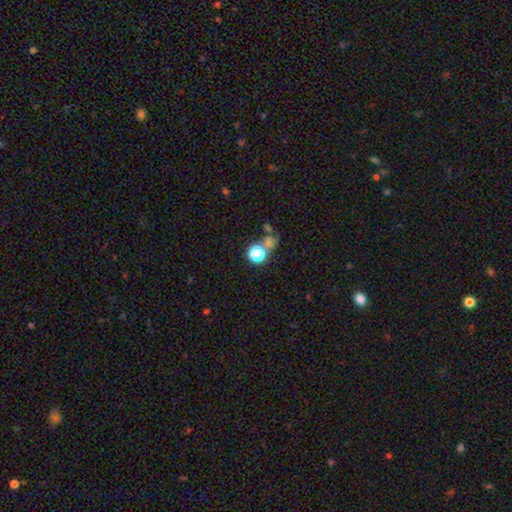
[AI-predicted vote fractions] This is possibly a star or artifact rather than a galaxy (48%).